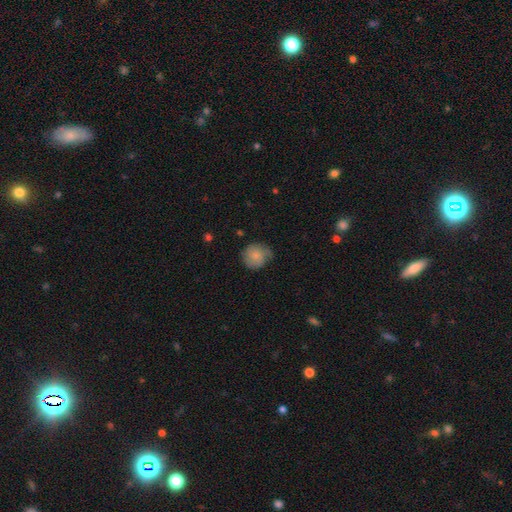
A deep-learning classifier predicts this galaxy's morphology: Smooth or featured: smooth — 80% (featured or disk — 13%)
How rounded: round — 86% (in between — 13%)
Merging: none — 55% (minor disturbance — 33%)